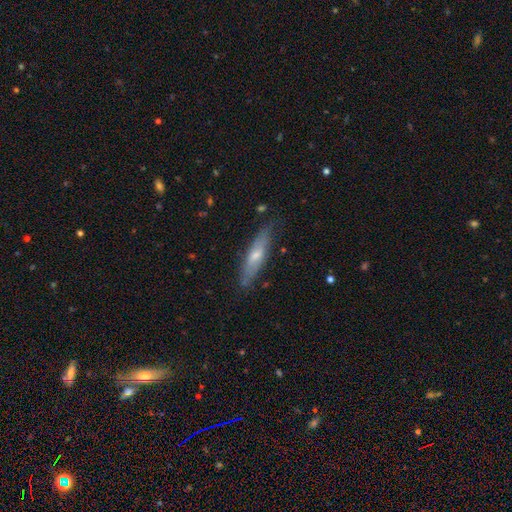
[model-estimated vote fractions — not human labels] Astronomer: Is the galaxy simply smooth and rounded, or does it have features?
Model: featured or disk — 51% (runner-up: smooth, 42%).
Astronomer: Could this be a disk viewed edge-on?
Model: yes — 72%.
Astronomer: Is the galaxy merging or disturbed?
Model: none — 79%.